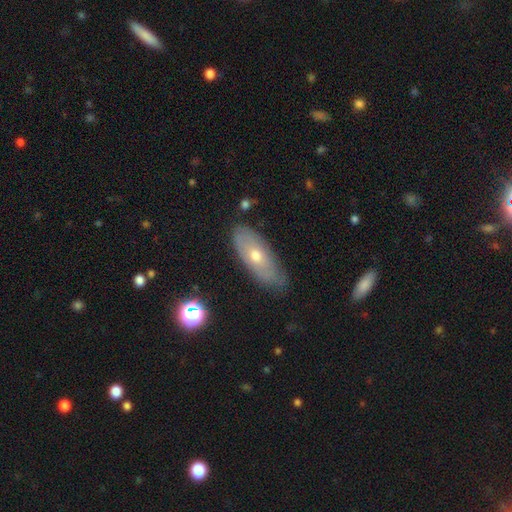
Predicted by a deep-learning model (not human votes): smooth 52%, featured or disk 40%, star or artifact 8%. Down the decision tree: how rounded — in between (74%); merging — none (73%).